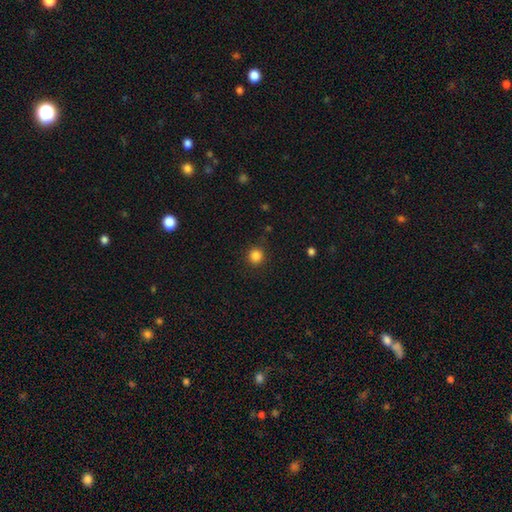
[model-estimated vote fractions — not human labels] Smooth or featured? smooth (85%)
How rounded? round (93%)
Merging? none (90%)